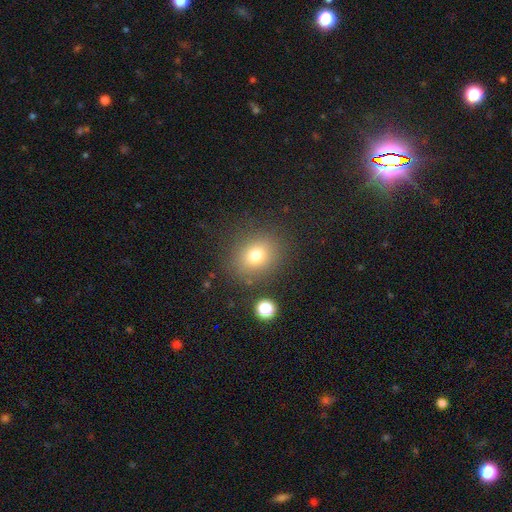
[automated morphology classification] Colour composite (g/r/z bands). It shows a smooth galaxy with no disk features (76%) that is round (66%). Merging: none (82%).